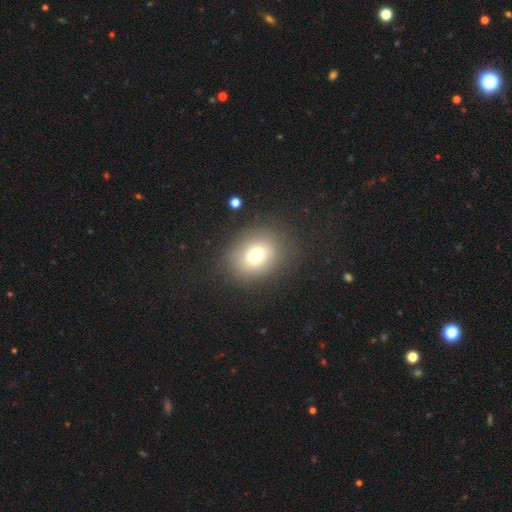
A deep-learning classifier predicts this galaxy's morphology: This is likely a smooth galaxy (73%). How rounded: possibly round (58%). Merging: clearly none (82%).